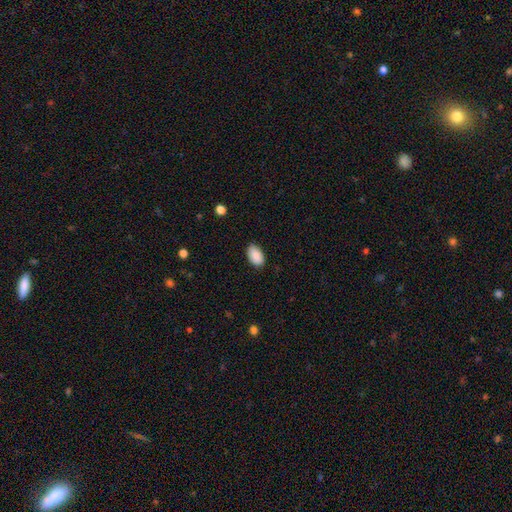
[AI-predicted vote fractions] smooth 90%, star or artifact 7%, featured or disk 3%. Down the decision tree: how rounded — in between (94%); merging — none (85%).